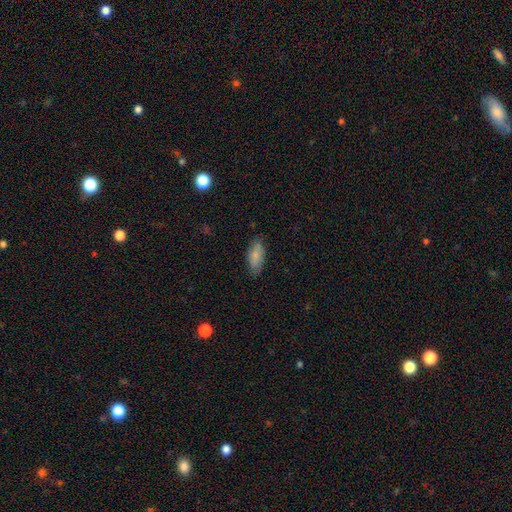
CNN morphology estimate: Smooth or featured? Predicted: smooth (p=0.79). How rounded? Predicted: in between (p=0.89). Merging? Predicted: none (p=0.77).